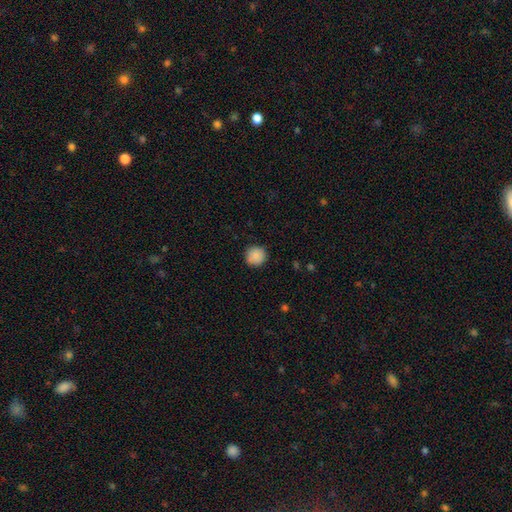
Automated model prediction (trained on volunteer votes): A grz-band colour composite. It shows a smooth galaxy with no disk features (89%) that is round (94%). Merging: none (89%).